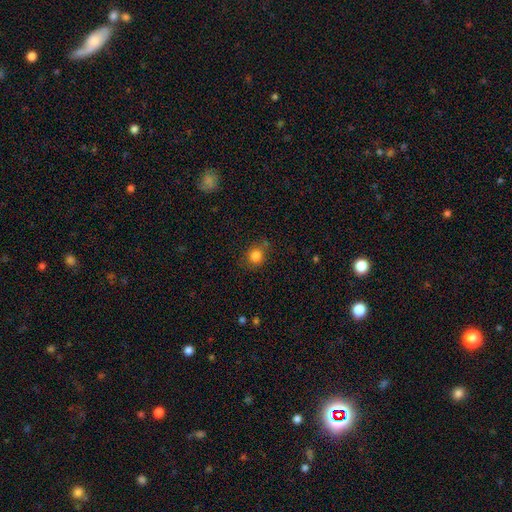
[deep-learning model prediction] Smooth or featured? smooth (83%)
How rounded? round (86%)
Merging? none (75%)